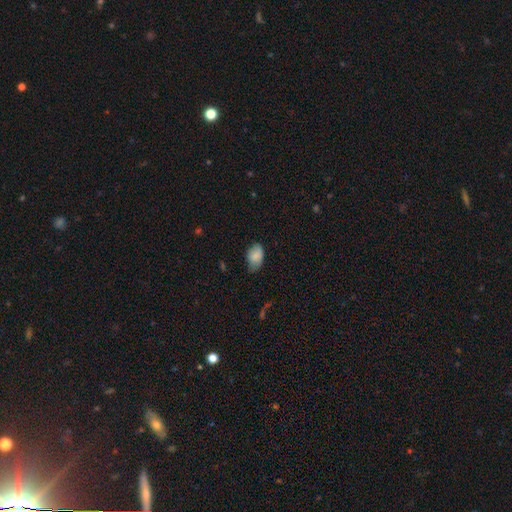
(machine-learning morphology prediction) Smooth or featured? Predicted: smooth (p=0.85). How rounded? Predicted: in between (p=0.88). Merging? Predicted: none (p=0.59).